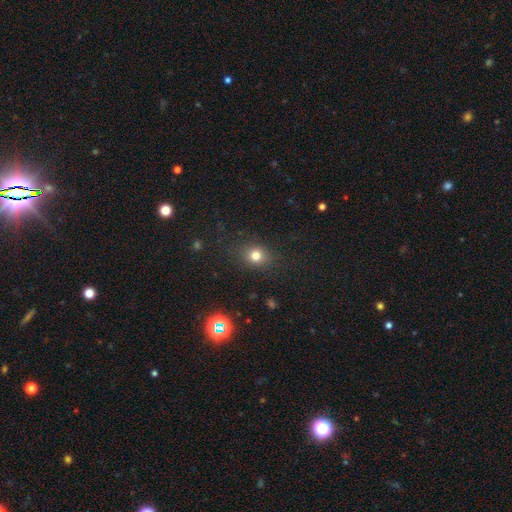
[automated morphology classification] type=smooth (77%); roundness=round (72%); merging=none (84%).